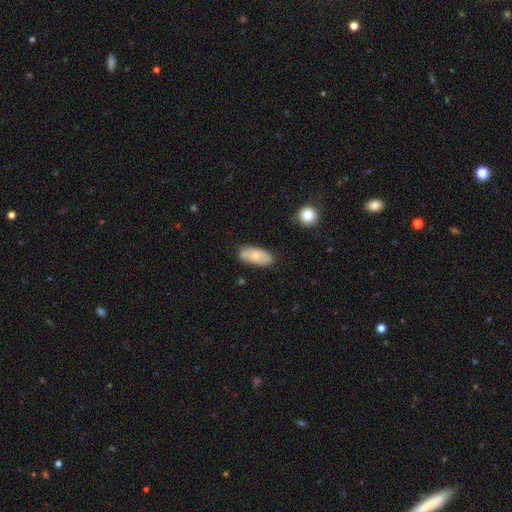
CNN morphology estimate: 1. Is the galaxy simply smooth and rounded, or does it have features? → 65% smooth, 29% featured or disk, 6% star or artifact.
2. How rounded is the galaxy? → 89% in between, 7% cigar-shaped, 3% round.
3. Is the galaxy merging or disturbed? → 71% none, 22% minor disturbance, 4% major disturbance, 3% merger.